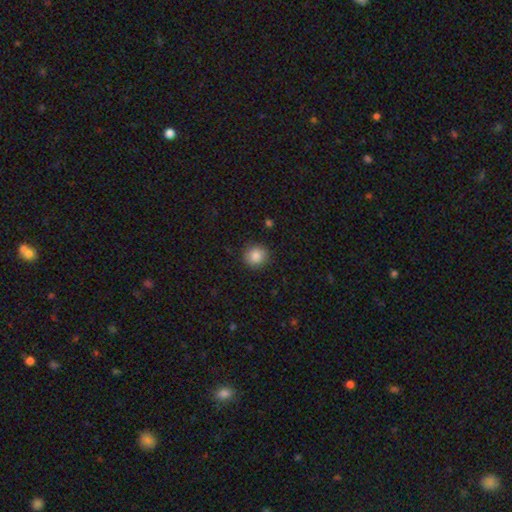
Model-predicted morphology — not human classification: Smooth or featured: smooth — 86% (star or artifact — 9%)
How rounded: round — 89% (in between — 10%)
Merging: none — 90% (minor disturbance — 7%)